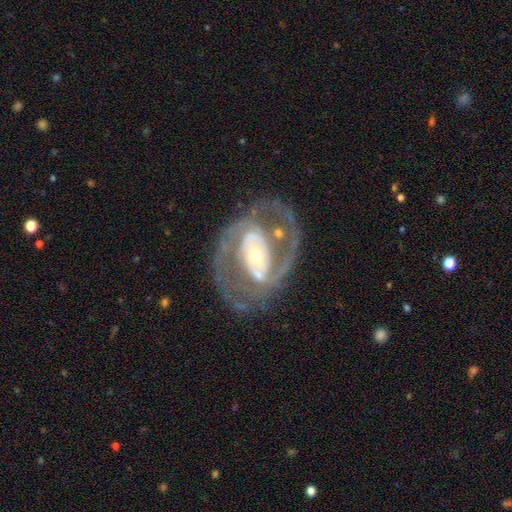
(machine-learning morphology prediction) Smooth or featured: featured or disk — 88% (smooth — 7%)
Edge-on disk: no — 96% (yes — 4%)
Bar: no — 39% (strong — 31%)
Spiral arms: yes — 90% (no — 10%)
Spiral winding: medium — 51% (tight — 33%)
Spiral arm count: 2 — 82% (can't tell — 8%)
Bulge size: small — 49% (moderate — 42%)
Merging: none — 68% (major disturbance — 15%)